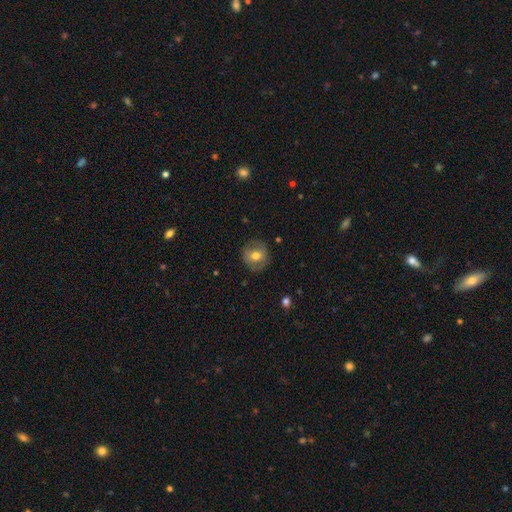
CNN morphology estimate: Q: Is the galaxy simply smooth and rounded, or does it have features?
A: smooth — 56%.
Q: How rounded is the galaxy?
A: round — 86%.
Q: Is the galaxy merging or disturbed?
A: none — 81%.